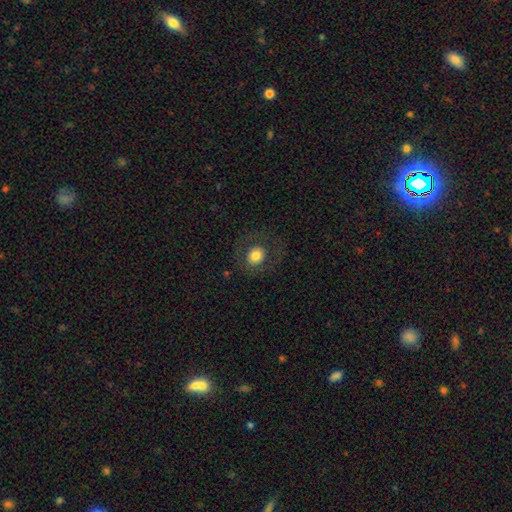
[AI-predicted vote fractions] smooth_or_featured: smooth (p=0.71) [alt: featured or disk p=0.19]
how_rounded: round (p=0.74) [alt: in between p=0.25]
merging: none (p=0.82) [alt: minor disturbance p=0.10]